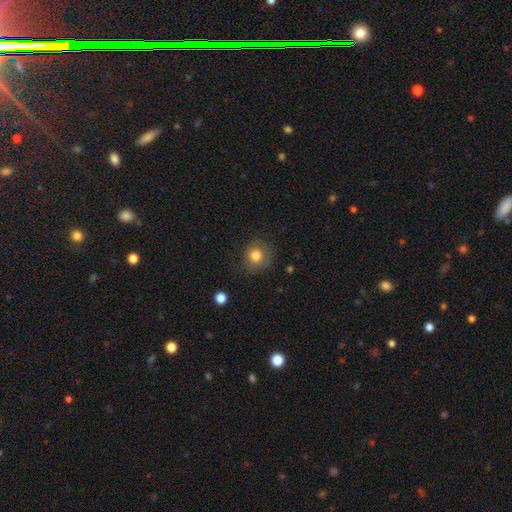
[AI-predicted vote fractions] Smooth or featured? Predicted: smooth (p=0.78). How rounded? Predicted: round (p=0.85). Merging? Predicted: none (p=0.78).